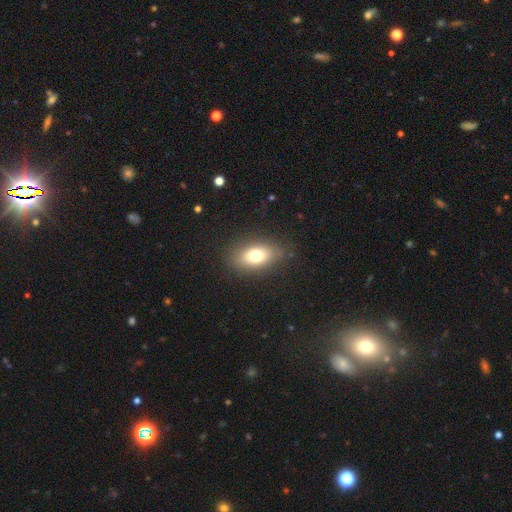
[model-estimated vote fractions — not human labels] The model was most divided on "smooth or featured": smooth: 75%, featured or disk: 16%, star or artifact: 10%. More confident: how rounded — in between (86%); merging — none (84%).